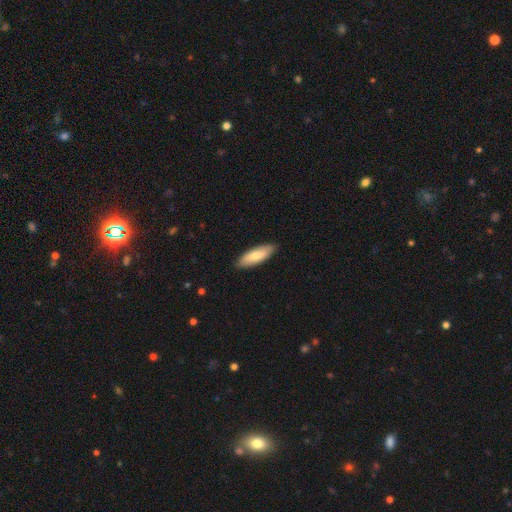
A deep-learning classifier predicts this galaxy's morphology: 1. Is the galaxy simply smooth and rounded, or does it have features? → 76% smooth, 19% featured or disk, 5% star or artifact.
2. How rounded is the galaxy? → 59% in between, 39% cigar-shaped, 2% round.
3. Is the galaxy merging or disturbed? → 87% none, 10% minor disturbance, 2% major disturbance, 1% merger.